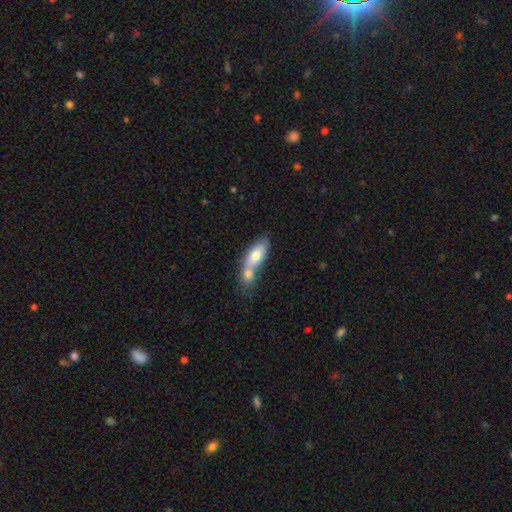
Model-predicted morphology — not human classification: The model was most divided on "merging": merger: 65%, none: 23%, minor disturbance: 8%, major disturbance: 4%. More confident: how rounded — in between (72%); smooth or featured — smooth (70%).